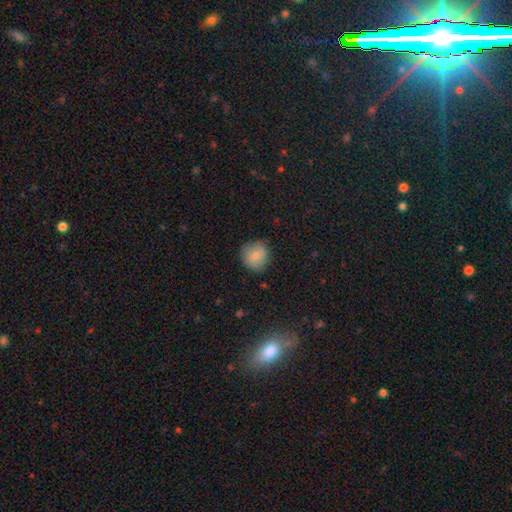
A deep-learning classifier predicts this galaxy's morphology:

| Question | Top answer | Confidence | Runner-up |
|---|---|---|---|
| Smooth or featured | smooth | 83% | featured or disk (10%) |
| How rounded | round | 90% | in between (9%) |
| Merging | none | 80% | minor disturbance (16%) |